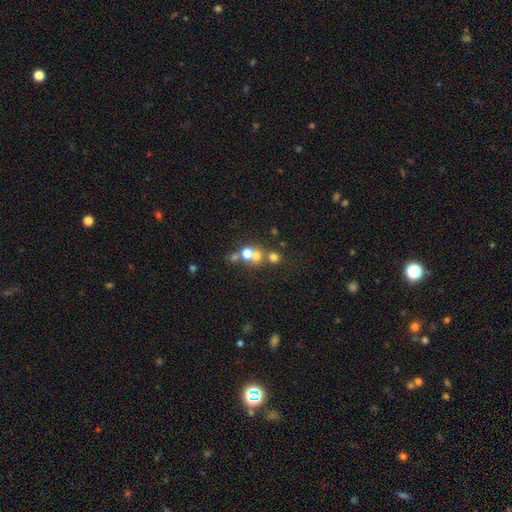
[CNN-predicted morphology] This is likely a smooth galaxy (60%). How rounded: clearly round (84%). Merging: possibly merger (47%).